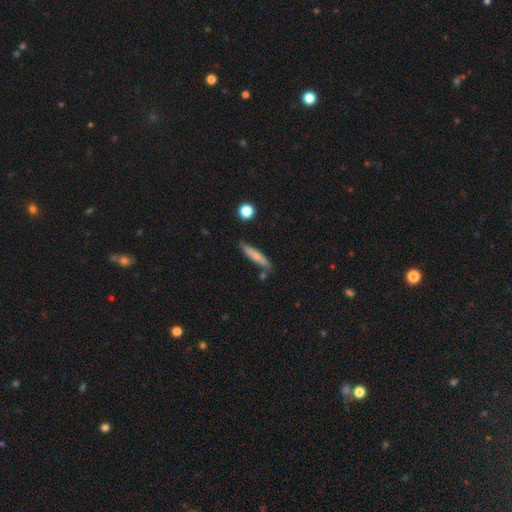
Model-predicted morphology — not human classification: type=smooth (69%); roundness=cigar-shaped (86%); merging=none (73%).